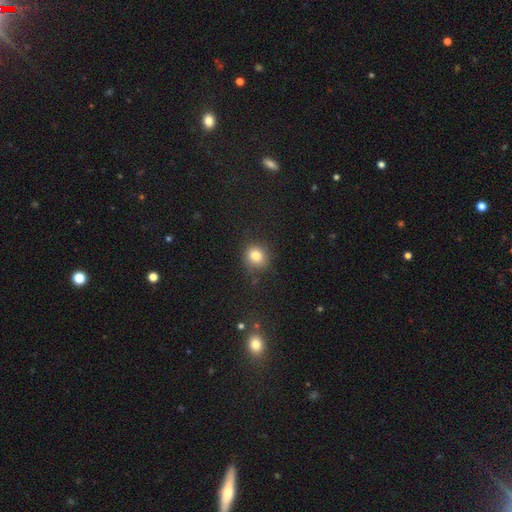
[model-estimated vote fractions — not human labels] smooth-or-featured: smooth: 81% | star or artifact: 13% | featured or disk: 7%
  how-rounded: round: 81% | in between: 18% | cigar-shaped: 1%
  merging: none: 81% | minor disturbance: 13% | major disturbance: 4% | merger: 2%